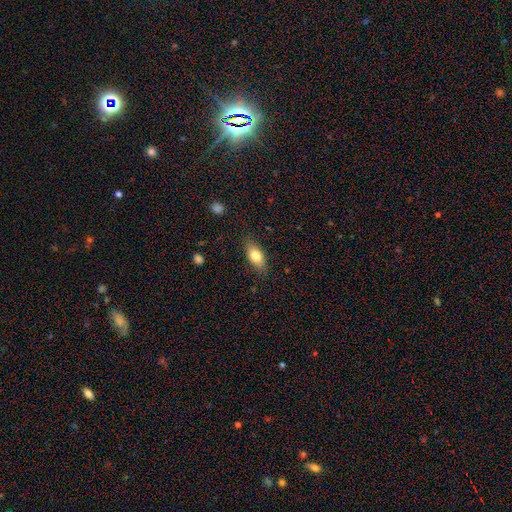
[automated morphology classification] smooth-or-featured: smooth: 77% | featured or disk: 16% | star or artifact: 7%
  how-rounded: in between: 84% | cigar-shaped: 11% | round: 5%
  merging: none: 82% | minor disturbance: 14% | major disturbance: 3% | merger: 1%